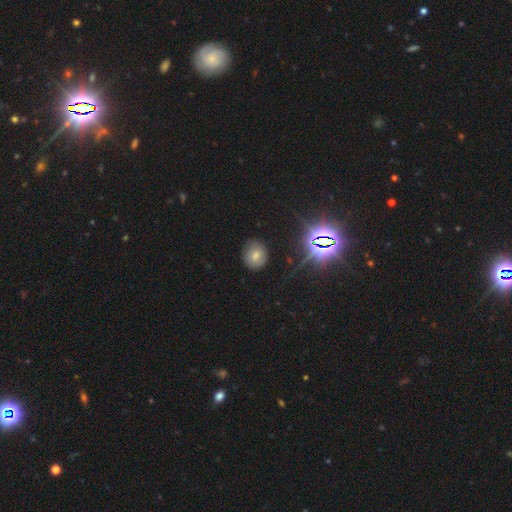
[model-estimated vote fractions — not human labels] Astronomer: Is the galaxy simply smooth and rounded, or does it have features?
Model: smooth — 68%.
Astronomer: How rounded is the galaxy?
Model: round — 74%.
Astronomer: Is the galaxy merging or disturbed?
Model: none — 83%.